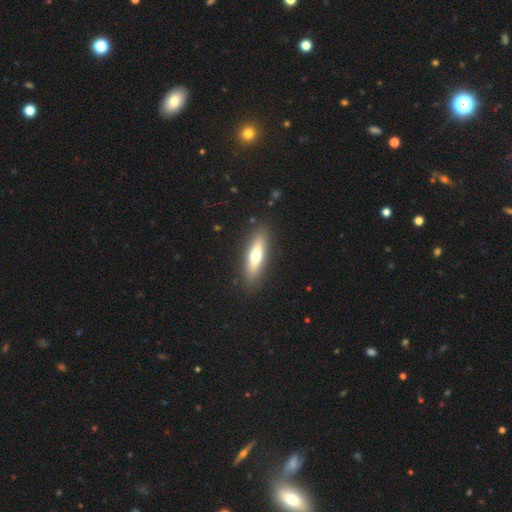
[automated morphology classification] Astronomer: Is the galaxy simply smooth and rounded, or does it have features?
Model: smooth — 53% (runner-up: featured or disk, 41%).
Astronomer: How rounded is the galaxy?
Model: cigar-shaped — 64%.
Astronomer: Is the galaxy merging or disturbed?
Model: none — 88%.